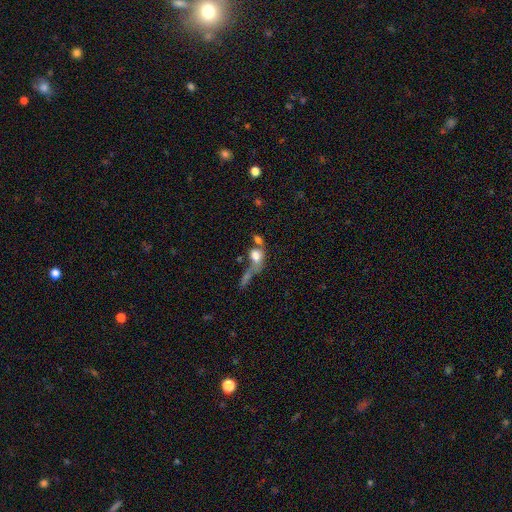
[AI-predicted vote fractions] Smooth or featured?
  - smooth: 68% *
  - featured or disk: 20%
  - star or artifact: 12%
How rounded?
  - in between: 57% *
  - round: 36%
  - cigar-shaped: 7%
Merging?
  - merger: 48% *
  - major disturbance: 22%
  - none: 20%
  - minor disturbance: 10%